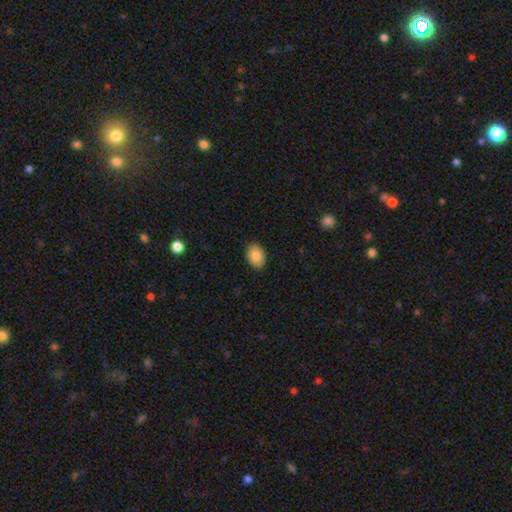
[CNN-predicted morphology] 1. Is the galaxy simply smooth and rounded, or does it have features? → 85% smooth, 8% star or artifact, 7% featured or disk.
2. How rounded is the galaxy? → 84% in between, 15% round, 1% cigar-shaped.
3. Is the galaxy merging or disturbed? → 89% none, 9% minor disturbance, 2% major disturbance, 1% merger.